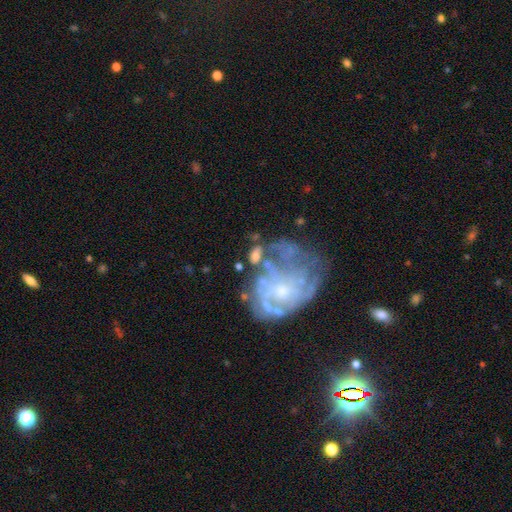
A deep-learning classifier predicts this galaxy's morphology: Smooth or featured? Predicted: featured or disk (p=0.53). Edge-on disk? Predicted: no (p=0.95). Bar? Predicted: no (p=0.83). Spiral arms? Predicted: no (p=0.65). Bulge size? Predicted: small (p=0.43). Merging? Predicted: none (p=0.38).